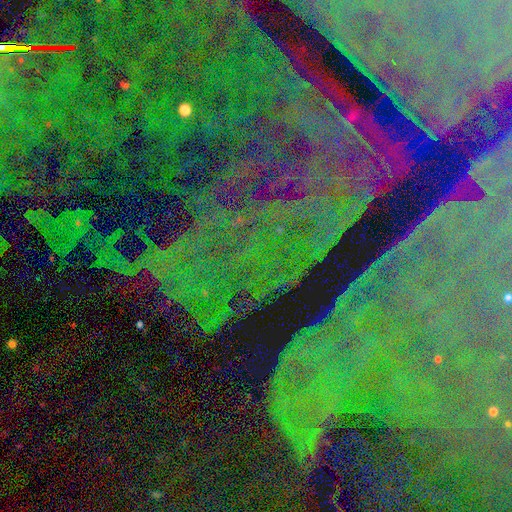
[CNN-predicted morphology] Smooth or featured? star or artifact (86%)